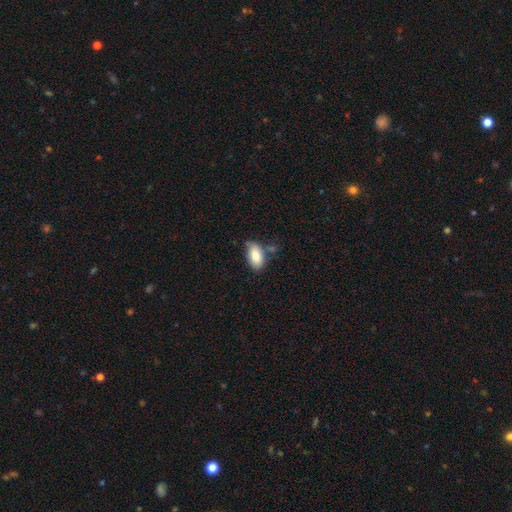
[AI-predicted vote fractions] smooth_or_featured: smooth (p=0.83) [alt: featured or disk p=0.10]
how_rounded: in between (p=0.93) [alt: round p=0.04]
merging: none (p=0.66) [alt: minor disturbance p=0.20]